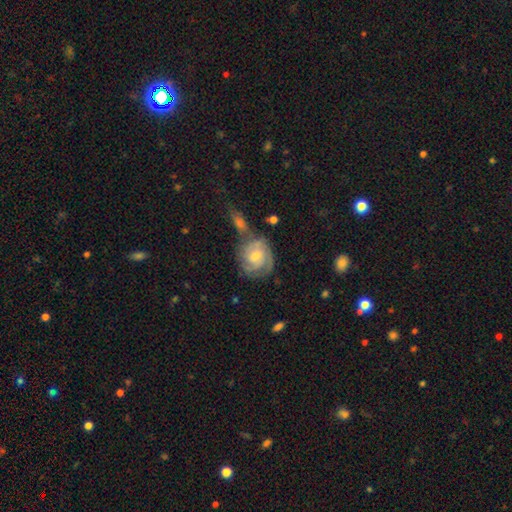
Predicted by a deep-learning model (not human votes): Q: Smooth or featured?
A: featured or disk (67%); runner-up: smooth (26%)
Q: Edge-on disk?
A: no (97%); runner-up: yes (3%)
Q: Bar?
A: no (57%); runner-up: weak (37%)
Q: Spiral arms?
A: yes (89%); runner-up: no (11%)
Q: Spiral winding?
A: tight (60%); runner-up: medium (31%)
Q: Spiral arm count?
A: can't tell (37%); runner-up: 2 (26%)
Q: Bulge size?
A: moderate (51%); runner-up: small (41%)
Q: Merging?
A: none (50%); runner-up: merger (21%)